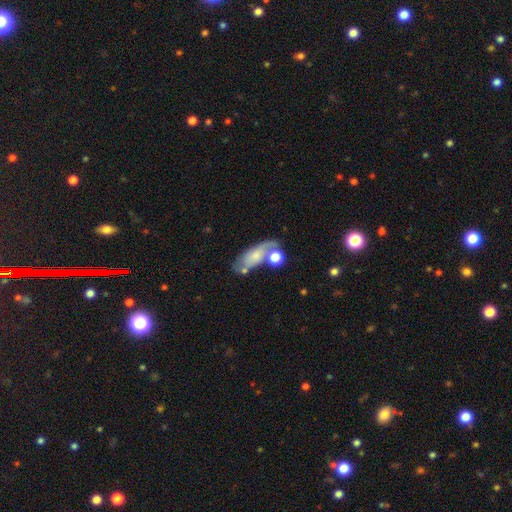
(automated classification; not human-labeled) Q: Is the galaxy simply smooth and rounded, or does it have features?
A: smooth — 53%.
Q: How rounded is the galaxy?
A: in between — 73%.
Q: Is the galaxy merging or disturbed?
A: none — 41%.